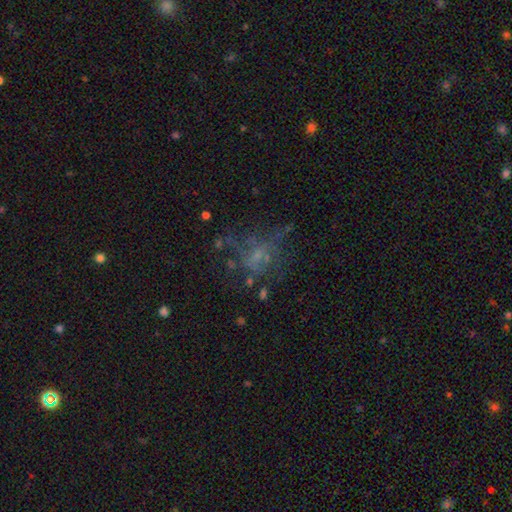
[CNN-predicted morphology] This is possibly a featured or disk galaxy (46%). Merging: marginally none (44%).